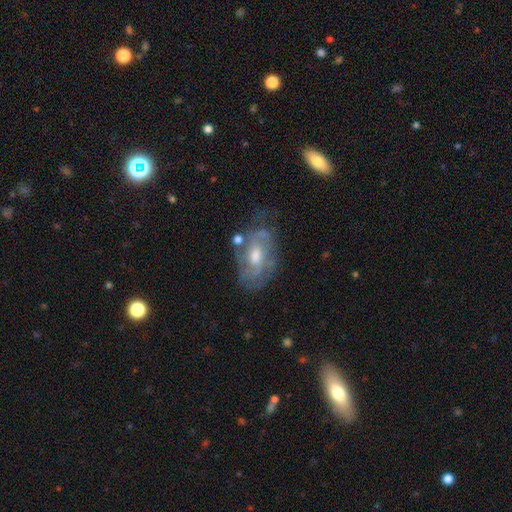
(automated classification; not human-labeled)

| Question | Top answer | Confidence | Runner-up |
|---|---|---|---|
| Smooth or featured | featured or disk | 76% | smooth (17%) |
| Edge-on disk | no | 94% | yes (6%) |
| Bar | no | 50% | weak (41%) |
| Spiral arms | yes | 81% | no (19%) |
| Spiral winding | tight | 47% | medium (38%) |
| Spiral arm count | can't tell | 43% | 2 (33%) |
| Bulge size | moderate | 67% | small (21%) |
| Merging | none | 58% | minor disturbance (24%) |